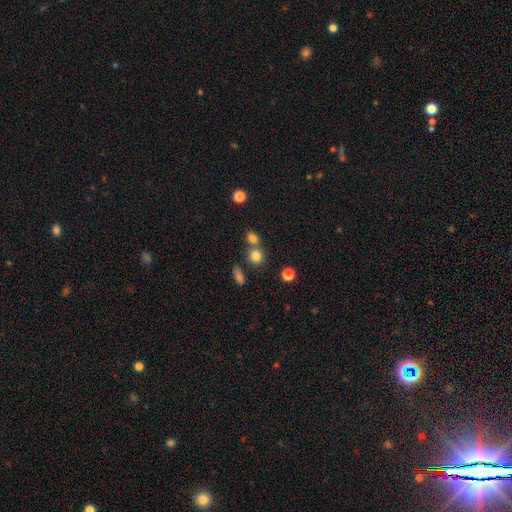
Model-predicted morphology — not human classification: Smooth or featured? Predicted: smooth (p=0.80). How rounded? Predicted: round (p=0.79). Merging? Predicted: none (p=0.56).